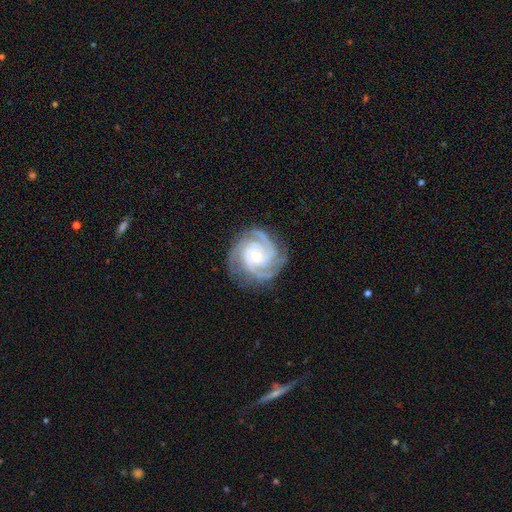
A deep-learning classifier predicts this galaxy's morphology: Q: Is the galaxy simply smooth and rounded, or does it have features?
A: featured or disk — 92%.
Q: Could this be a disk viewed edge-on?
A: no — 98%.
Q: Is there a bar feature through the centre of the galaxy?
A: no — 70%.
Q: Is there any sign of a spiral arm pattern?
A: yes — 99%.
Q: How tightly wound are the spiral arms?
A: tight — 72%.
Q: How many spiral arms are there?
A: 3 — 52%.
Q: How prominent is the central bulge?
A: small — 64%.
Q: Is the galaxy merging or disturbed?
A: none — 81%.